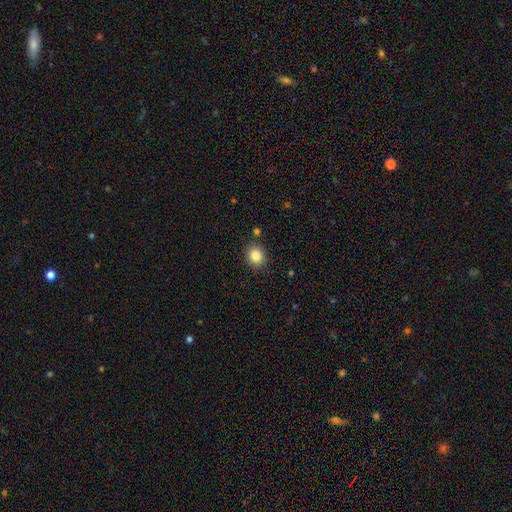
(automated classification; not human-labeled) Q: Smooth or featured?
A: smooth (85%); runner-up: star or artifact (10%)
Q: How rounded?
A: round (68%); runner-up: in between (31%)
Q: Merging?
A: none (87%); runner-up: minor disturbance (8%)